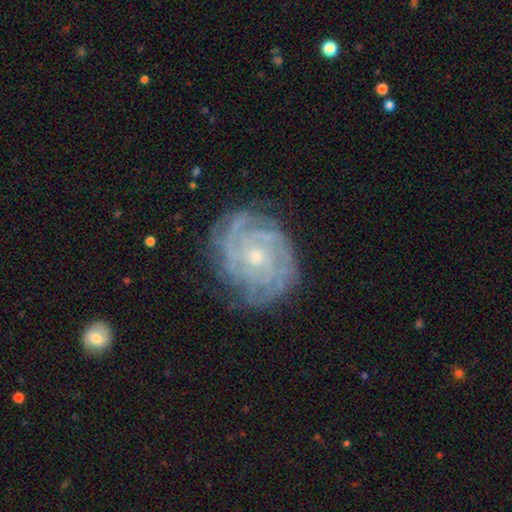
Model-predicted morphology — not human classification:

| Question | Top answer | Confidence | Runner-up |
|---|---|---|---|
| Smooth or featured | featured or disk | 86% | smooth (7%) |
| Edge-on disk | no | 97% | yes (3%) |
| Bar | no | 76% | weak (20%) |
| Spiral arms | yes | 97% | no (3%) |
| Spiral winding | tight | 79% | medium (18%) |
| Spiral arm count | can't tell | 31% | 4 (21%) |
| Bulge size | small | 66% | moderate (31%) |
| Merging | none | 77% | minor disturbance (16%) |